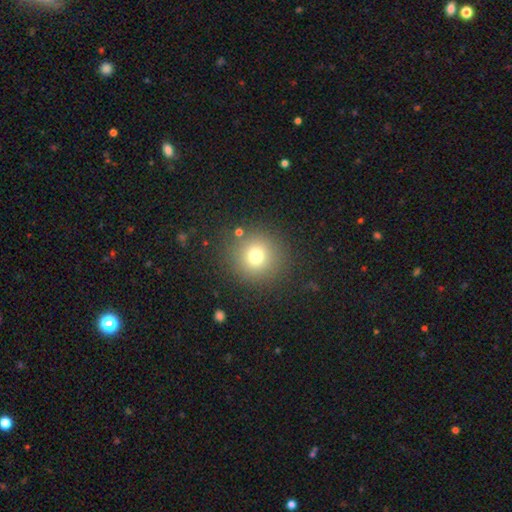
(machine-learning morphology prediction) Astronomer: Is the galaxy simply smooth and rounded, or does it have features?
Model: smooth — 75%.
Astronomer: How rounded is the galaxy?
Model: round — 94%.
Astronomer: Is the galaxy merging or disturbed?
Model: none — 87%.